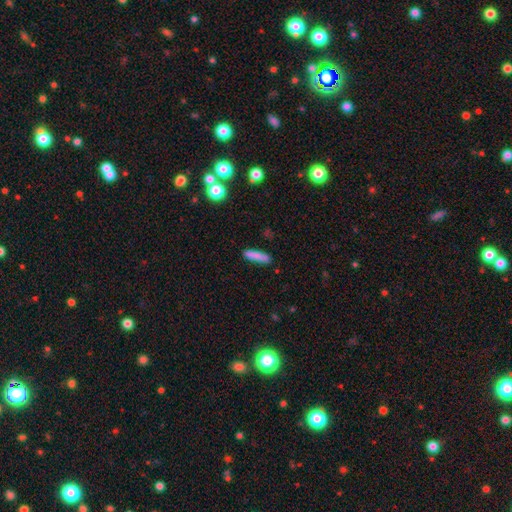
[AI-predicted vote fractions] Overall: smooth (84%). How rounded: cigar-shaped (85%). Merging: none (84%).